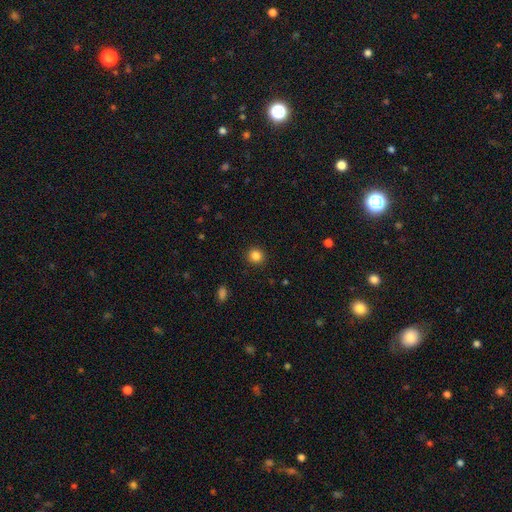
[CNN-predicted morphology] A smooth galaxy with no disk features (84%) that is round (90%).

Vote fractions:
- Smooth or featured? smooth: 84% / star or artifact: 12% / featured or disk: 4%
- How rounded? round: 90% / in between: 9% / cigar-shaped: 1%
- Merging? none: 91% / minor disturbance: 6% / major disturbance: 2% / merger: 1%